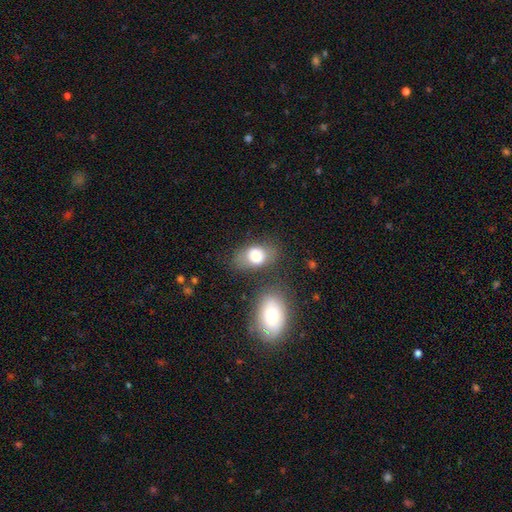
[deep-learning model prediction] This is likely a smooth galaxy (76%). How rounded: likely in between (74%). Merging: possibly none (57%).